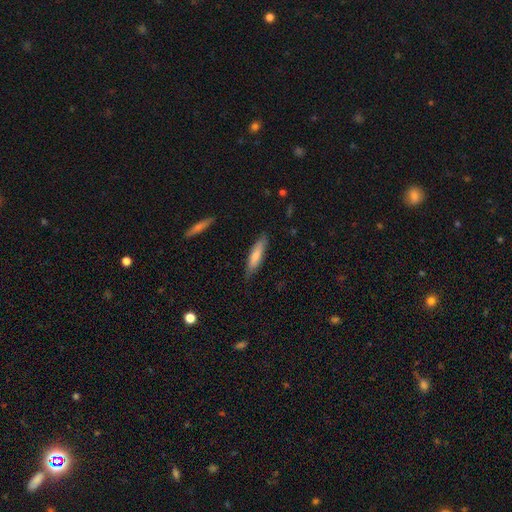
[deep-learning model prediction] A smooth galaxy with no disk features (75%) that is cigar-shaped (75%).

Vote fractions:
- Smooth or featured? smooth: 75% / featured or disk: 20% / star or artifact: 6%
- How rounded? cigar-shaped: 75% / in between: 24% / round: 1%
- Merging? none: 82% / minor disturbance: 14% / major disturbance: 2% / merger: 1%